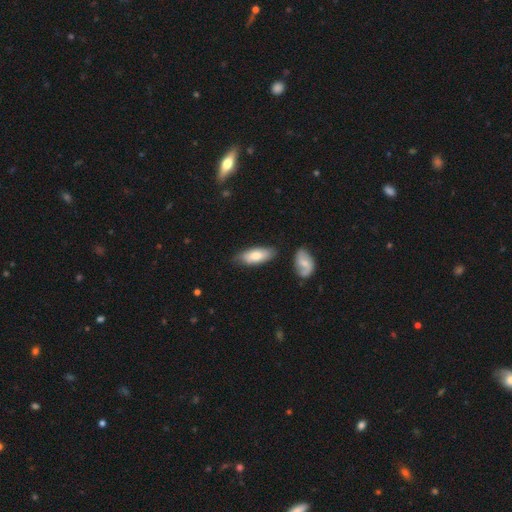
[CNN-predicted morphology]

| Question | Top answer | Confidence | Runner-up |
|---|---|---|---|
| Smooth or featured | smooth | 74% | featured or disk (20%) |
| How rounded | in between | 82% | cigar-shaped (16%) |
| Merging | none | 70% | minor disturbance (21%) |